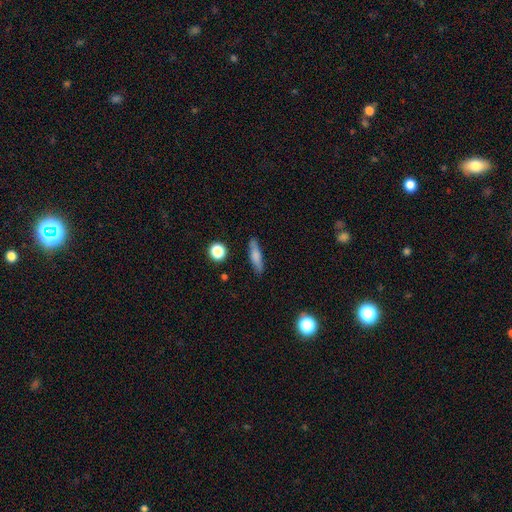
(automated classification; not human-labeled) smooth 69%, featured or disk 22%, star or artifact 8%. Down the decision tree: how rounded — cigar-shaped (74%); merging — none (83%).